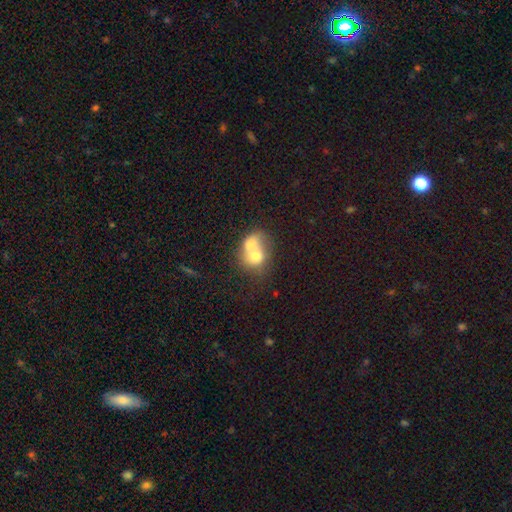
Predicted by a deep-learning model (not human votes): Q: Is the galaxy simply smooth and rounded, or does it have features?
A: smooth — 66%.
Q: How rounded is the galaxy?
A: round — 58%.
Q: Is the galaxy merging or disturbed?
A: merger — 73%.